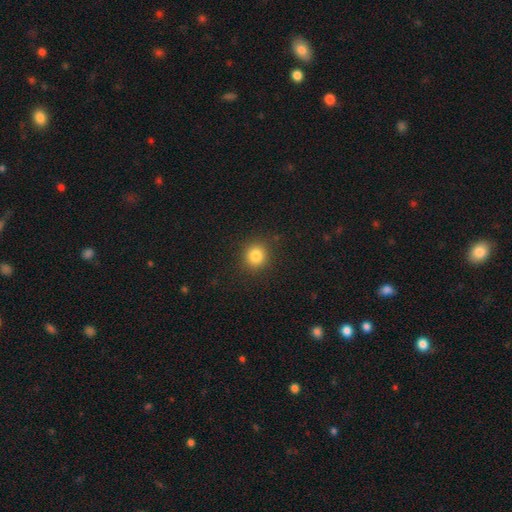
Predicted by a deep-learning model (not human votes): The model was most divided on "smooth or featured": smooth: 83%, star or artifact: 12%, featured or disk: 5%. More confident: merging — none (89%); how rounded — round (87%).